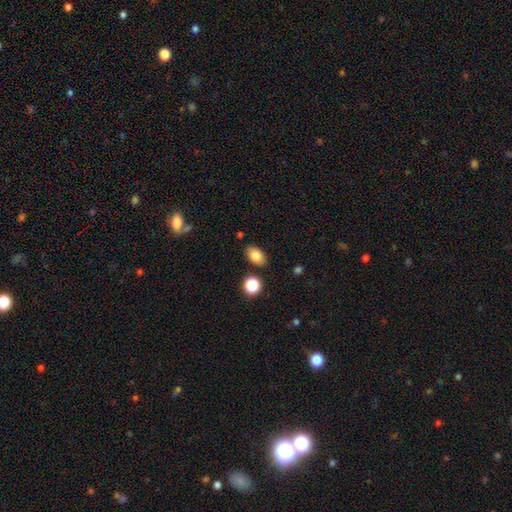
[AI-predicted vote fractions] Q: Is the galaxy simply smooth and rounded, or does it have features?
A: smooth — 82%.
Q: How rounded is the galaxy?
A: in between — 86%.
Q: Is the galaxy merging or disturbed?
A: none — 83%.